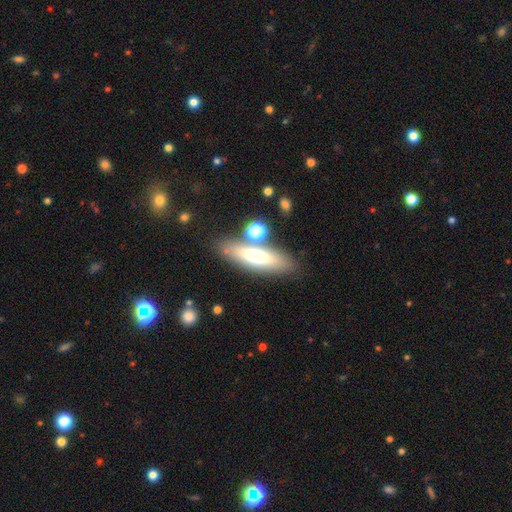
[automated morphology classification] The model was most divided on "how rounded": cigar-shaped: 56%, in between: 42%, round: 3%. More confident: merging — none (73%); smooth or featured — smooth (61%).